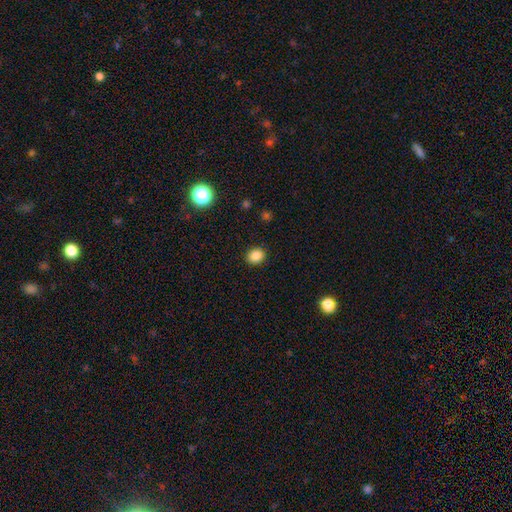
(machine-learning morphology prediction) smooth-or-featured: smooth: 85% | star or artifact: 11% | featured or disk: 4%
  how-rounded: round: 64% | in between: 35% | cigar-shaped: 1%
  merging: none: 90% | minor disturbance: 7% | major disturbance: 2% | merger: 1%